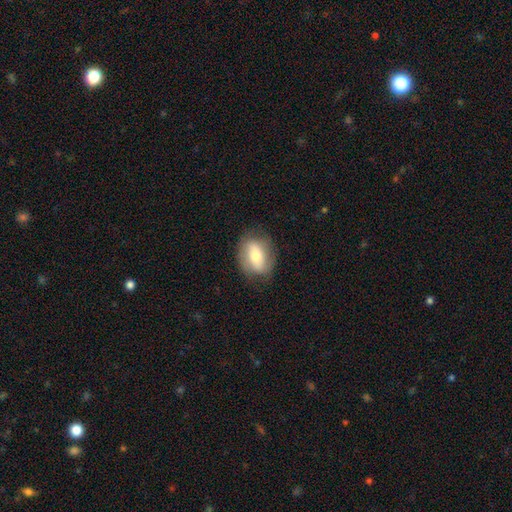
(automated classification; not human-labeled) This appears to be a smooth galaxy with no disk features (56%) that is in between round and cigar-shaped (76%). Merging: none (78%).